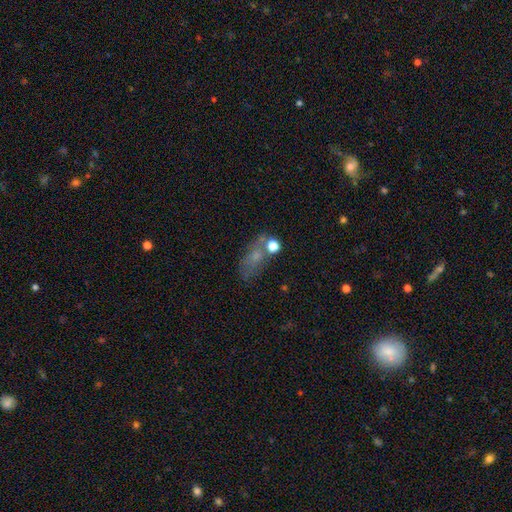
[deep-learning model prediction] smooth_or_featured: smooth (p=0.52) [alt: featured or disk p=0.27]
how_rounded: in between (p=0.74) [alt: round p=0.18]
merging: none (p=0.51) [alt: minor disturbance p=0.20]